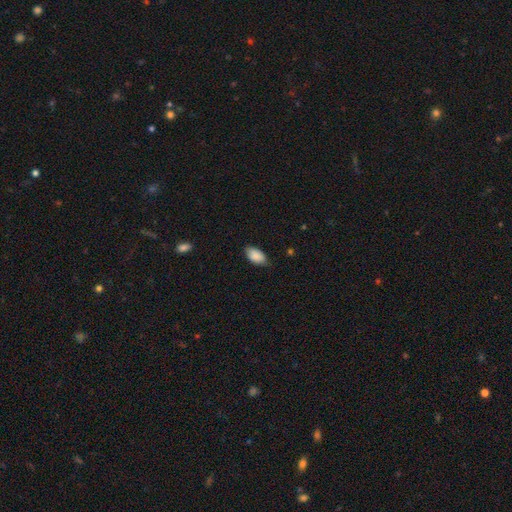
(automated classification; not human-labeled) Q: Smooth or featured?
A: smooth (89%); runner-up: star or artifact (7%)
Q: How rounded?
A: in between (94%); runner-up: round (4%)
Q: Merging?
A: none (76%); runner-up: minor disturbance (20%)